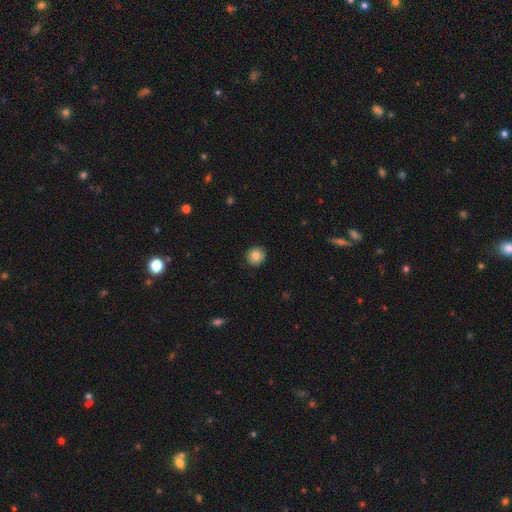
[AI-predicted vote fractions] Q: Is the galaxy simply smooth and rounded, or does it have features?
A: smooth — 83%.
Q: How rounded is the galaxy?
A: round — 93%.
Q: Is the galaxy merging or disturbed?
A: none — 92%.